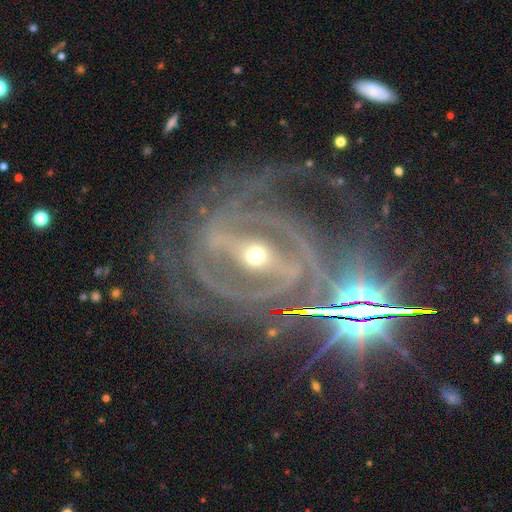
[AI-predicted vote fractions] Smooth or featured?
  - featured or disk: 86% *
  - smooth: 7%
  - star or artifact: 7%
Edge-on disk?
  - no: 95% *
  - yes: 5%
Bar?
  - strong: 56% *
  - weak: 26%
  - no: 18%
Spiral arms?
  - yes: 83% *
  - no: 17%
Spiral winding?
  - tight: 56% *
  - medium: 33%
  - loose: 11%
Spiral arm count?
  - 2: 59% *
  - can't tell: 17%
  - 3: 8%
  - 1: 5%
  - 4: 5%
  - more than 4: 5%
Bulge size?
  - moderate: 50% *
  - small: 43%
  - large: 5%
  - dominant: 1%
  - none: 1%
Merging?
  - none: 70% *
  - minor disturbance: 14%
  - major disturbance: 12%
  - merger: 4%